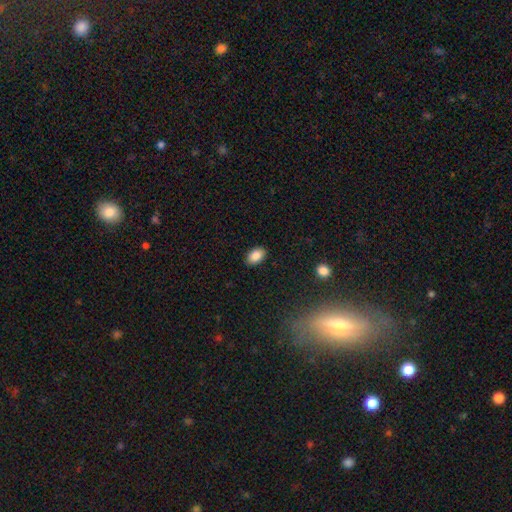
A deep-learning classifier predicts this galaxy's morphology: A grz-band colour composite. It shows a smooth galaxy with no disk features (87%) that is in between round and cigar-shaped (90%). Merging: none (89%).